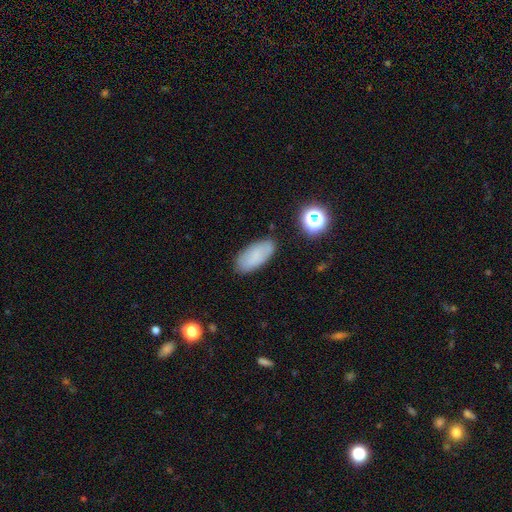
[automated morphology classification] Smooth or featured? smooth (76%)
How rounded? in between (88%)
Merging? none (83%)